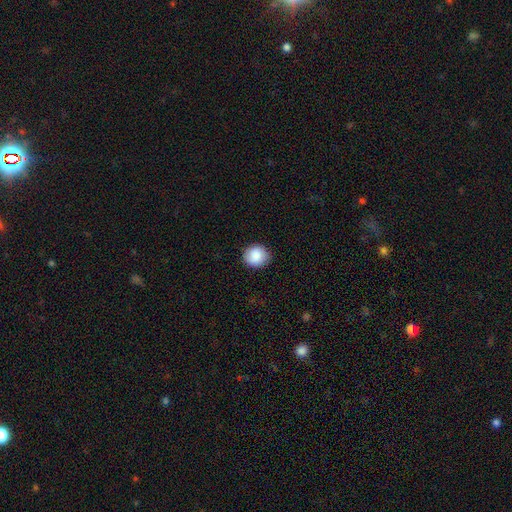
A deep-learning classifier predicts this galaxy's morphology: This is clearly a smooth galaxy (88%). How rounded: clearly round (80%). Merging: clearly none (87%).